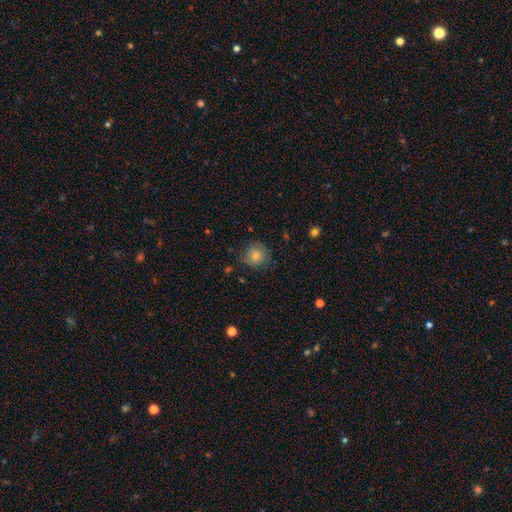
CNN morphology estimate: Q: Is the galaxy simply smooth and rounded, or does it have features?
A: smooth — 80%.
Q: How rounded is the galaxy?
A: round — 87%.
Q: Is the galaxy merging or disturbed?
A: none — 72%.